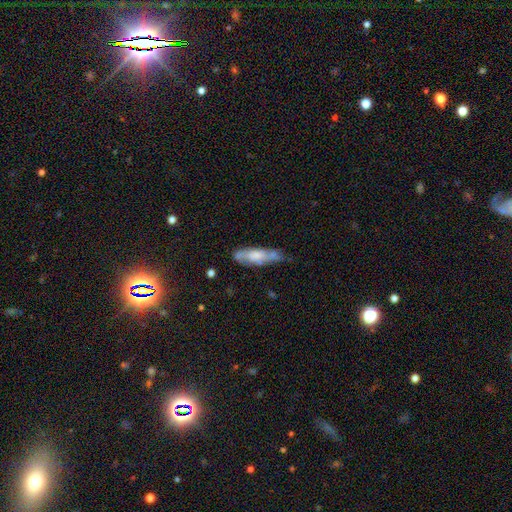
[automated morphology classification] A smooth galaxy with no disk features (55%) that is cigar-shaped (58%).

Vote fractions:
- Smooth or featured? smooth: 55% / featured or disk: 38% / star or artifact: 6%
- How rounded? cigar-shaped: 58% / in between: 40% / round: 2%
- Merging? none: 53% / minor disturbance: 31% / major disturbance: 9% / merger: 7%